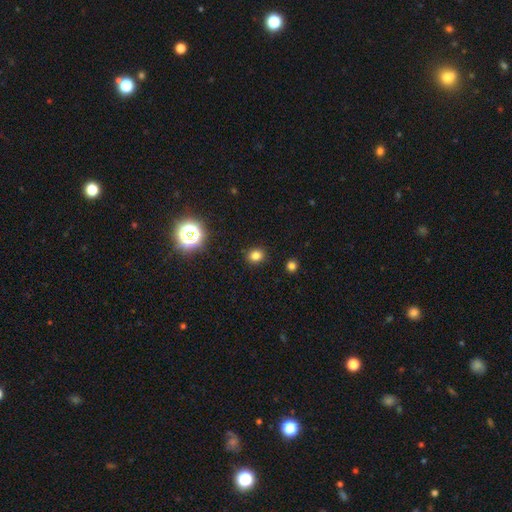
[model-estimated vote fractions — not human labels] A smooth galaxy with no disk features (77%) that is round (71%).

Vote fractions:
- Smooth or featured? smooth: 77% / star or artifact: 17% / featured or disk: 6%
- How rounded? round: 71% / in between: 28% / cigar-shaped: 1%
- Merging? none: 90% / minor disturbance: 7% / major disturbance: 2% / merger: 1%